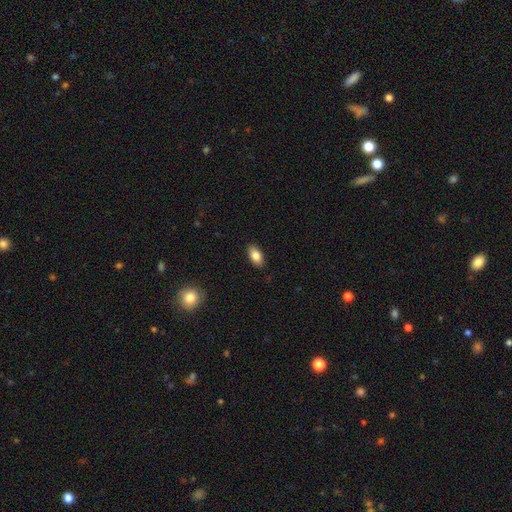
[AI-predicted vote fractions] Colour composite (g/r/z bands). It shows a smooth galaxy with no disk features (83%) that is in between round and cigar-shaped (92%). Merging: none (88%).